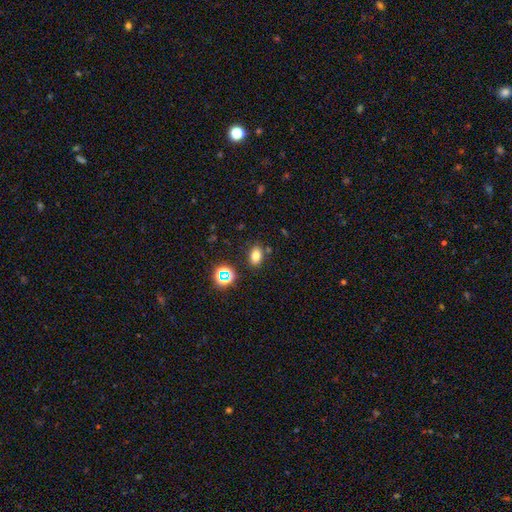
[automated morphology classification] Smooth or featured: smooth — 76% (star or artifact — 17%)
How rounded: in between — 77% (round — 22%)
Merging: none — 81% (minor disturbance — 11%)